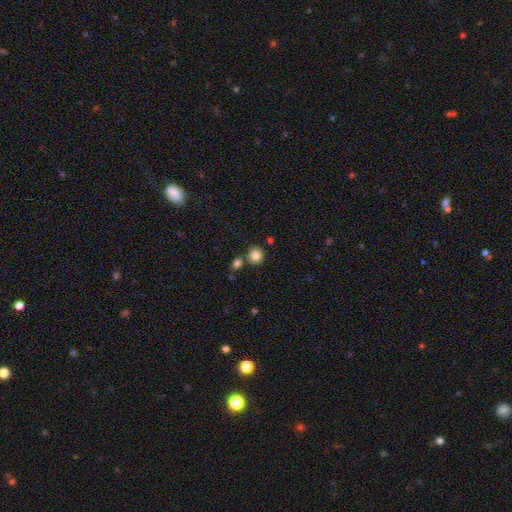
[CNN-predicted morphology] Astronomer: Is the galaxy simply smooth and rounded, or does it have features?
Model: smooth — 83%.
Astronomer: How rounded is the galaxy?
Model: round — 90%.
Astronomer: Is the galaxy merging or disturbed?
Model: none — 76%.